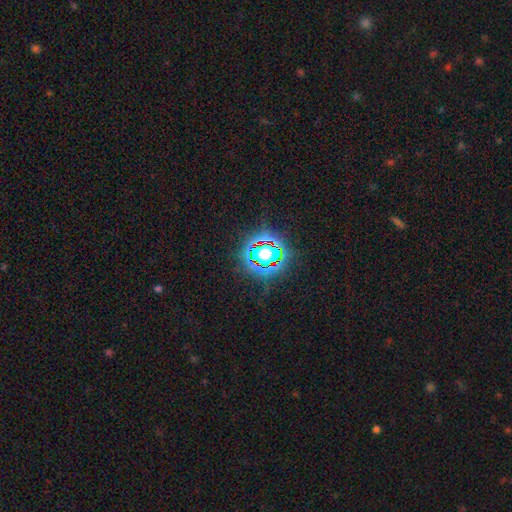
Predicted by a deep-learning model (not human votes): Smooth or featured? star or artifact (79%)